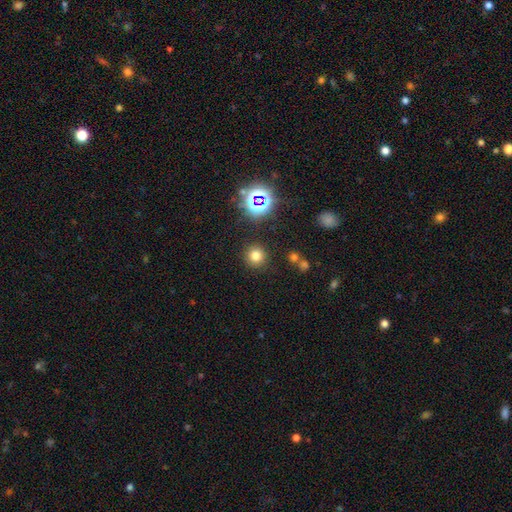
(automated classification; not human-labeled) Smooth or featured? Predicted: smooth (p=0.72). How rounded? Predicted: round (p=0.94). Merging? Predicted: none (p=0.88).